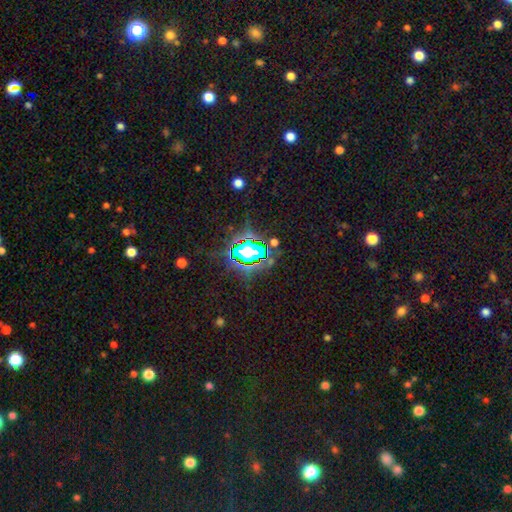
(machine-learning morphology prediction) A star or artifact, not a galaxy (69%).

Vote fractions:
- Smooth or featured? star or artifact: 69% / smooth: 19% / featured or disk: 12%